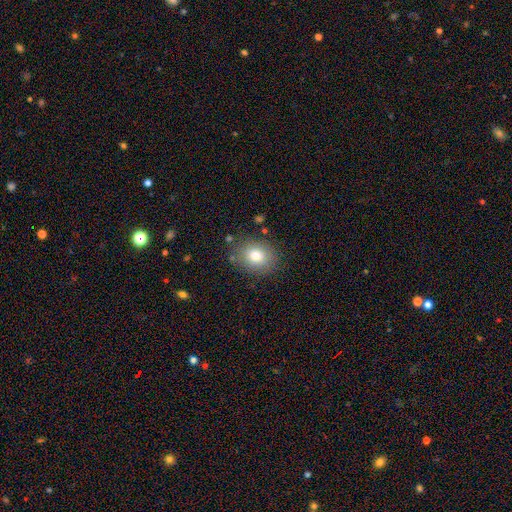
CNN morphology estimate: Overall: smooth (80%). How rounded: in between (51%; round 48%). Merging: none (81%).